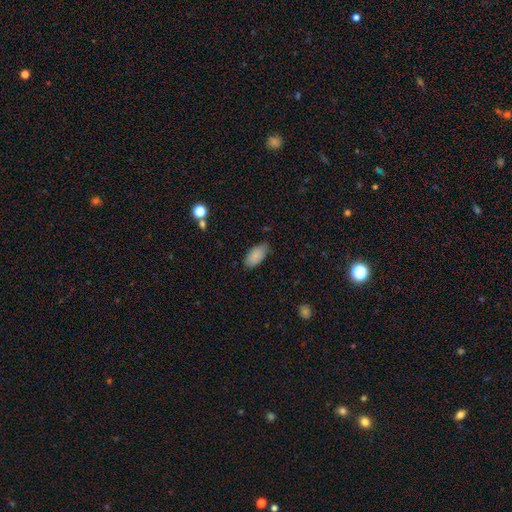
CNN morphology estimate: Smooth or featured? smooth (87%)
How rounded? in between (93%)
Merging? none (79%)